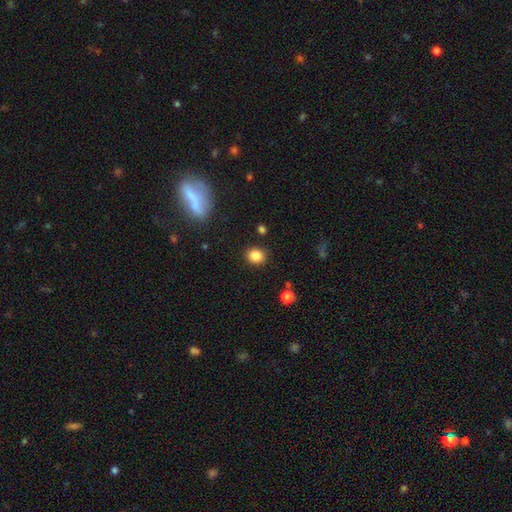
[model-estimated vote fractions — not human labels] Morphology: type=smooth (84%); roundness=round (74%); merging=none (89%).